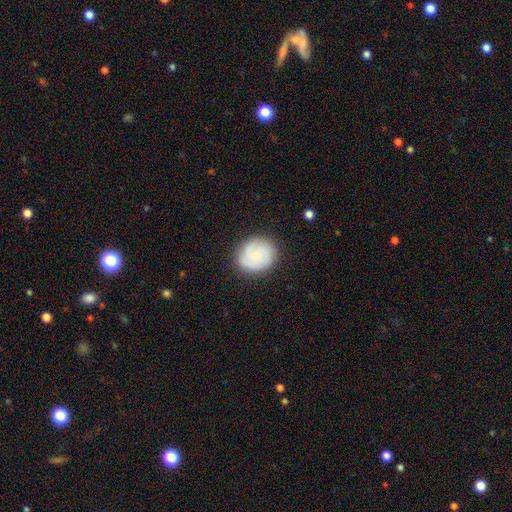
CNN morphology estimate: The model was most divided on "smooth or featured": smooth: 57%, featured or disk: 36%, star or artifact: 7%. More confident: merging — none (85%); how rounded — round (78%).